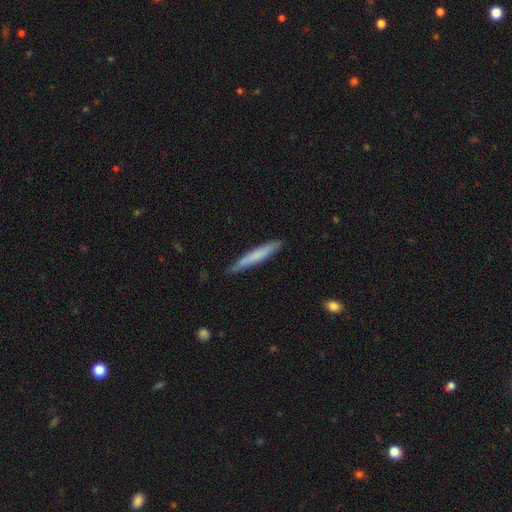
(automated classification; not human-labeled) The model was most divided on "smooth or featured": smooth: 67%, featured or disk: 27%, star or artifact: 6%. More confident: how rounded — cigar-shaped (95%); merging — none (84%).